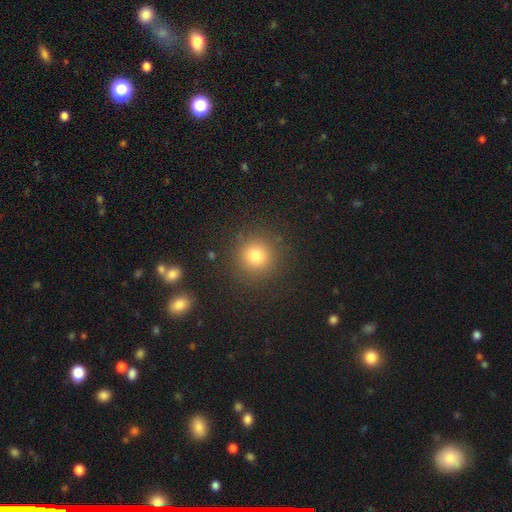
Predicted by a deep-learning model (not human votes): Morphology: type=smooth (78%); roundness=round (93%); merging=none (89%).